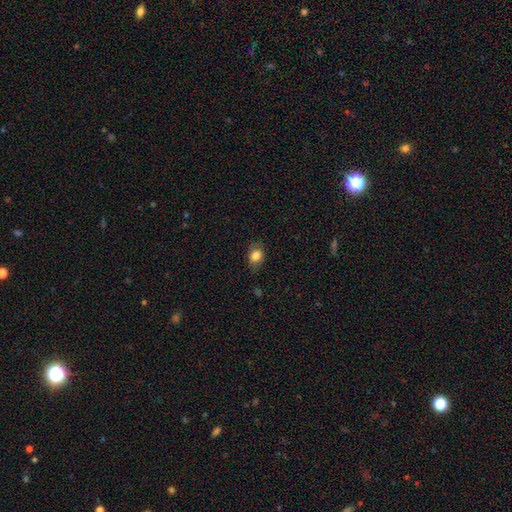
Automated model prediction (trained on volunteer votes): smooth 82%, star or artifact 9%, featured or disk 9%. Down the decision tree: how rounded — in between (66%); merging — none (75%).